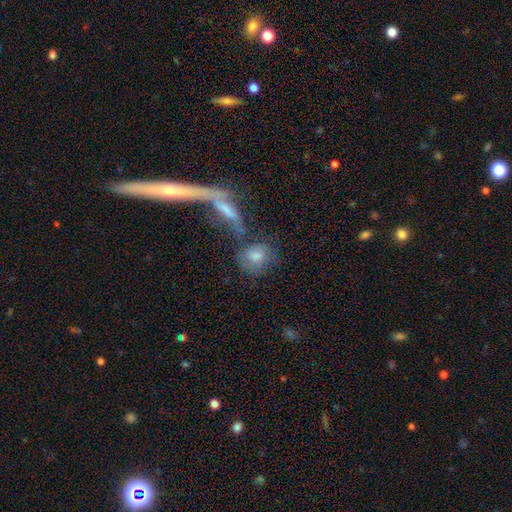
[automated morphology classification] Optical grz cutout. It shows a smooth galaxy with no disk features (65%) that is round (51%). Merging: none (48%).